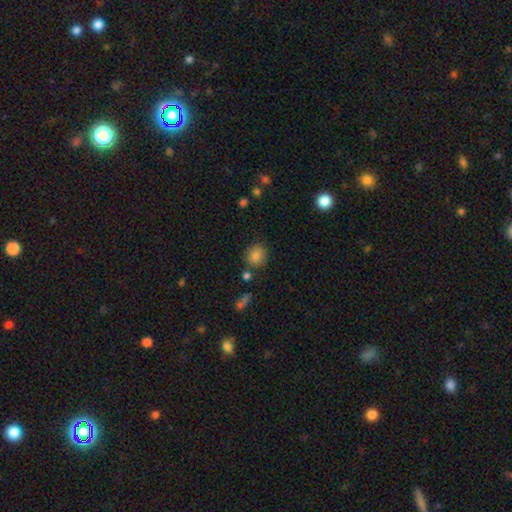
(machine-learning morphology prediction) smooth 85%, star or artifact 10%, featured or disk 6%. Down the decision tree: how rounded — round (78%); merging — none (80%).